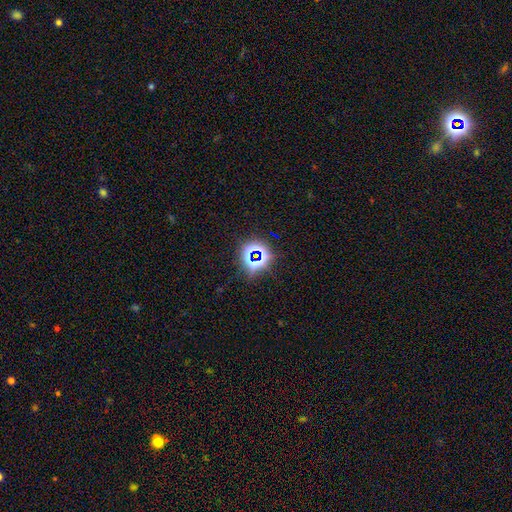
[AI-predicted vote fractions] A star or artifact, not a galaxy (73%).

Vote fractions:
- Smooth or featured? star or artifact: 73% / smooth: 18% / featured or disk: 9%